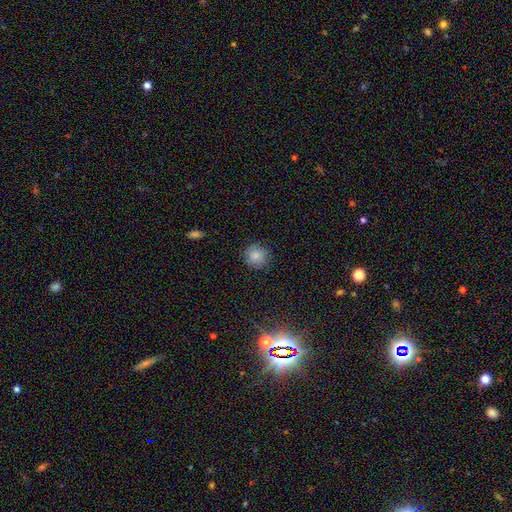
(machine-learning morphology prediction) Smooth or featured?
  - smooth: 84% *
  - star or artifact: 11%
  - featured or disk: 5%
How rounded?
  - round: 92% *
  - in between: 7%
  - cigar-shaped: 1%
Merging?
  - none: 85% *
  - minor disturbance: 11%
  - major disturbance: 3%
  - merger: 1%